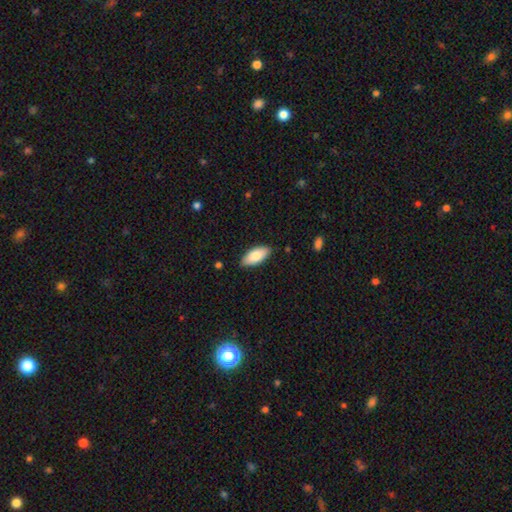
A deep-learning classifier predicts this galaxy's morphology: A smooth galaxy with no disk features (81%) that is in between round and cigar-shaped (88%).

Vote fractions:
- Smooth or featured? smooth: 81% / featured or disk: 13% / star or artifact: 6%
- How rounded? in between: 88% / cigar-shaped: 10% / round: 2%
- Merging? none: 86% / minor disturbance: 11% / major disturbance: 2% / merger: 1%